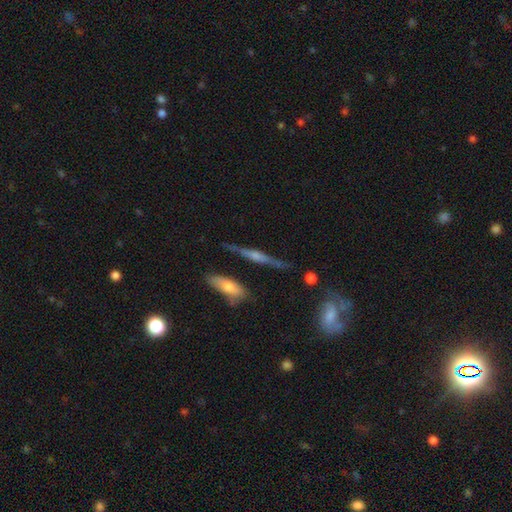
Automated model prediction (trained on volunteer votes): Smooth or featured? Predicted: featured or disk (p=0.57). Edge-on disk? Predicted: yes (p=0.89). Edge-on bulge? Predicted: rounded (p=0.76). Merging? Predicted: none (p=0.77).